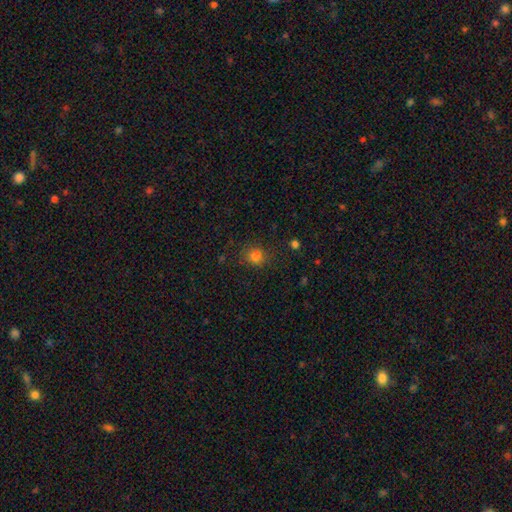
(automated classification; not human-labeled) Smooth or featured? Predicted: smooth (p=0.80). How rounded? Predicted: round (p=0.81). Merging? Predicted: none (p=0.83).